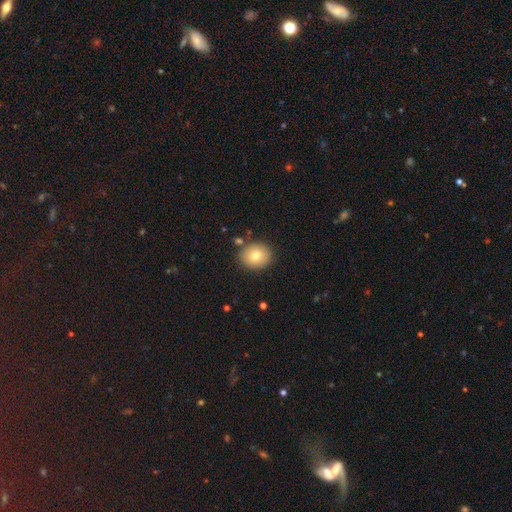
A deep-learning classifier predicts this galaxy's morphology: Overall: smooth (77%). How rounded: round (75%). Merging: none (83%).